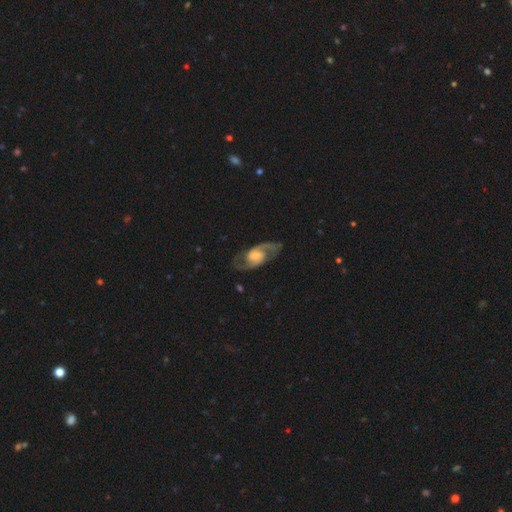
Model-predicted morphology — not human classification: featured or disk 87%, smooth 8%, star or artifact 5%. Down the decision tree: edge-on disk — no (96%); bar — no (45%); spiral arms — yes (97%); spiral arm count — 2 (93%); spiral winding — medium (58%); bulge size — moderate (28%); merging — none (81%).